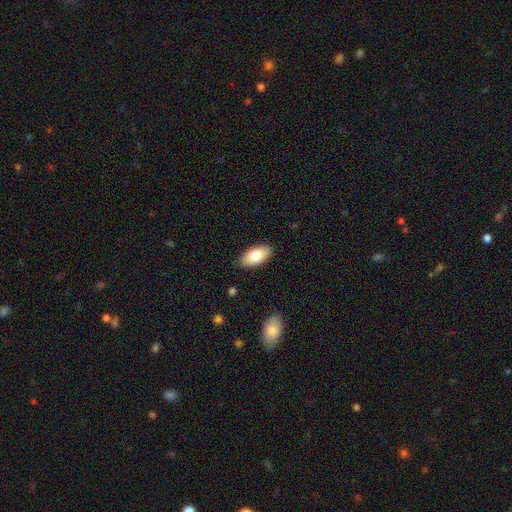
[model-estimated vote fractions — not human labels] Smooth or featured? smooth (80%)
How rounded? in between (93%)
Merging? none (87%)